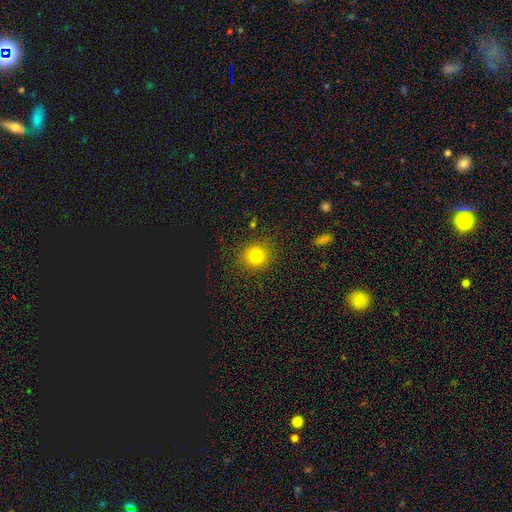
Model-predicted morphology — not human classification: A smooth galaxy with no disk features (79%) that is round (89%). Merging: none (88%).